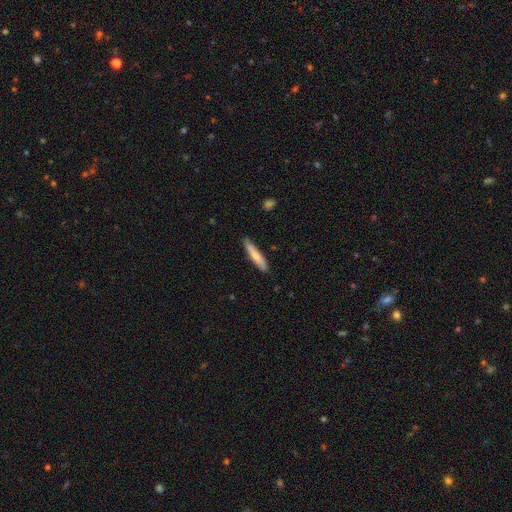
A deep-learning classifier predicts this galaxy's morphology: The model was most divided on "smooth or featured": smooth: 69%, featured or disk: 25%, star or artifact: 5%. More confident: how rounded — cigar-shaped (90%); merging — none (84%).